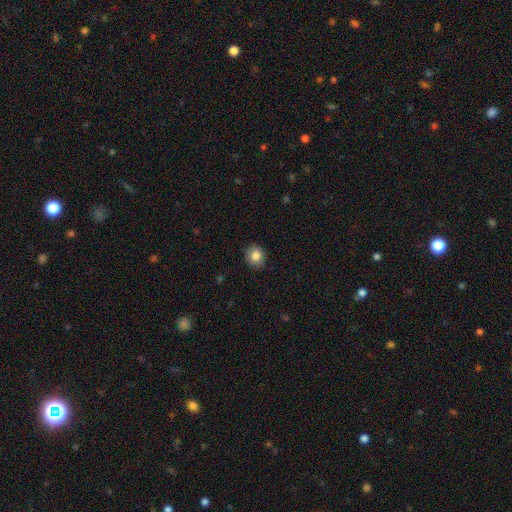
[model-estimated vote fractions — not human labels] This appears to be a smooth galaxy with no disk features (84%) that is round (81%). Merging: none (88%).